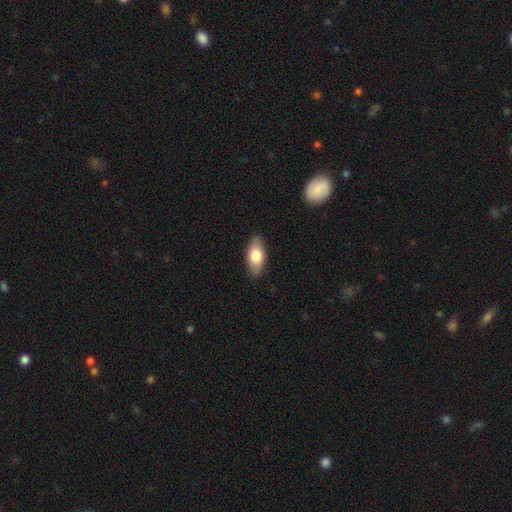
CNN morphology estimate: A smooth galaxy with no disk features (79%) that is in between round and cigar-shaped (89%).

Vote fractions:
- Smooth or featured? smooth: 79% / featured or disk: 16% / star or artifact: 6%
- How rounded? in between: 89% / cigar-shaped: 8% / round: 3%
- Merging? none: 87% / minor disturbance: 10% / major disturbance: 2% / merger: 1%